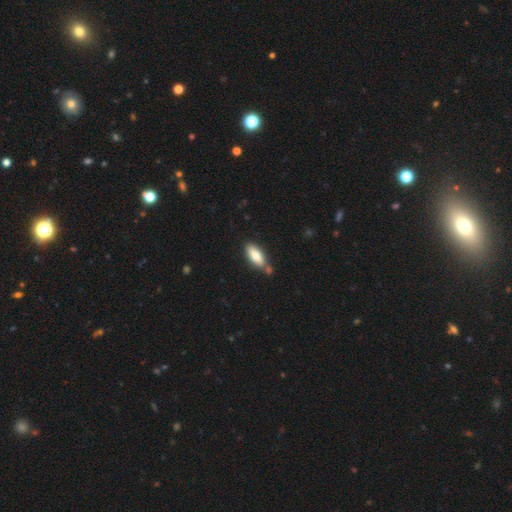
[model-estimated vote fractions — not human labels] This appears to be a smooth galaxy with no disk features (79%) that is in between round and cigar-shaped (76%). Merging: none (67%).